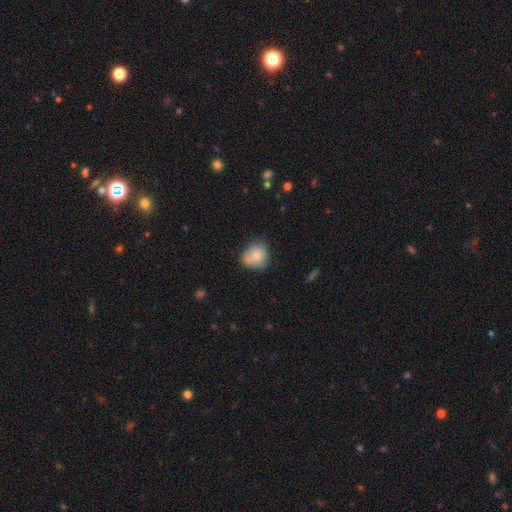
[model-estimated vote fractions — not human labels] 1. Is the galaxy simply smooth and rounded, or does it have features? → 79% smooth, 12% featured or disk, 8% star or artifact.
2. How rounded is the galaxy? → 65% round, 34% in between, 1% cigar-shaped.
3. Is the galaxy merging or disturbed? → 52% none, 32% minor disturbance, 8% merger, 8% major disturbance.